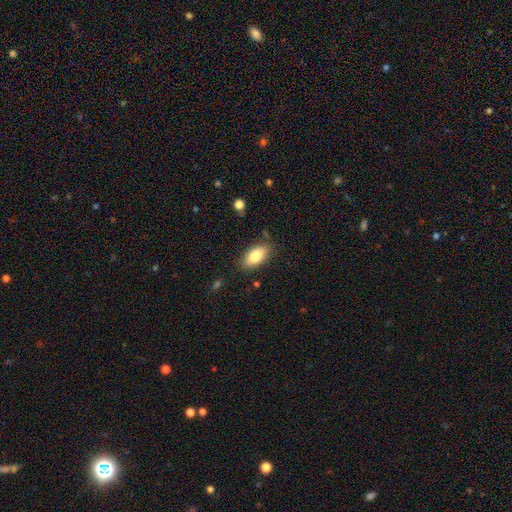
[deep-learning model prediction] This appears to be a smooth galaxy with no disk features (82%) that is in between round and cigar-shaped (92%). Merging: none (84%).